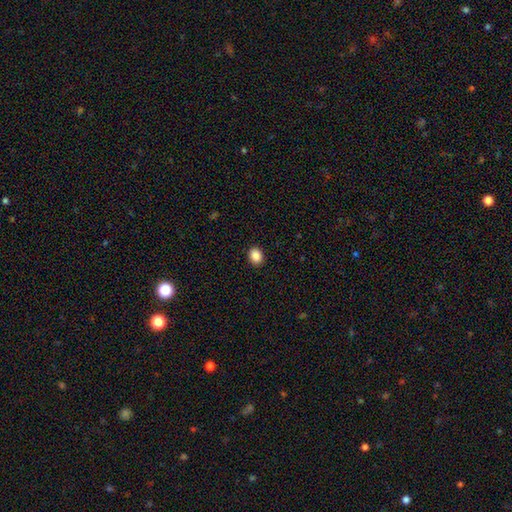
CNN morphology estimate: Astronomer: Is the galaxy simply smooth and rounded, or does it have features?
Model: smooth — 88%.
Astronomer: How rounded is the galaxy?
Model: round — 51% (runner-up: in between, 49%).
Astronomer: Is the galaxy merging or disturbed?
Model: none — 92%.